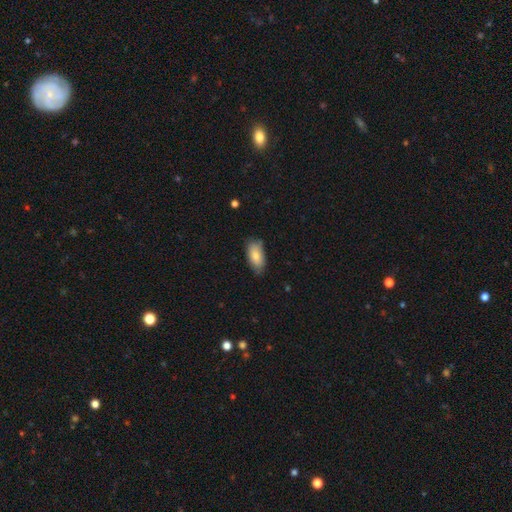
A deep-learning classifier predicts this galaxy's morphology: A smooth galaxy with no disk features (80%) that is in between round and cigar-shaped (92%).

Vote fractions:
- Smooth or featured? smooth: 80% / featured or disk: 14% / star or artifact: 7%
- How rounded? in between: 92% / cigar-shaped: 5% / round: 3%
- Merging? none: 75% / minor disturbance: 20% / major disturbance: 3% / merger: 1%